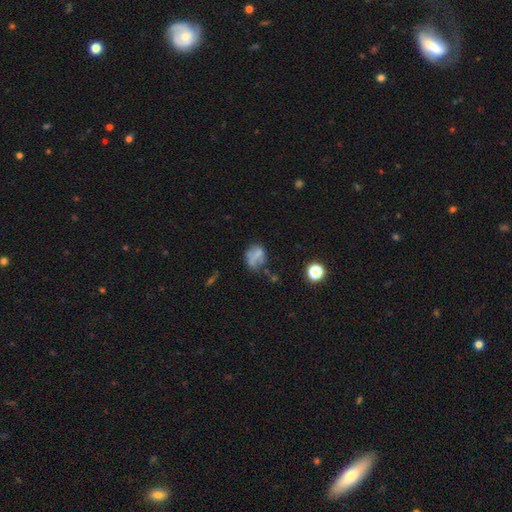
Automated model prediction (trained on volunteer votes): Smooth or featured: smooth — 53% (featured or disk — 32%)
How rounded: in between — 56% (round — 42%)
Merging: none — 39% (minor disturbance — 25%)